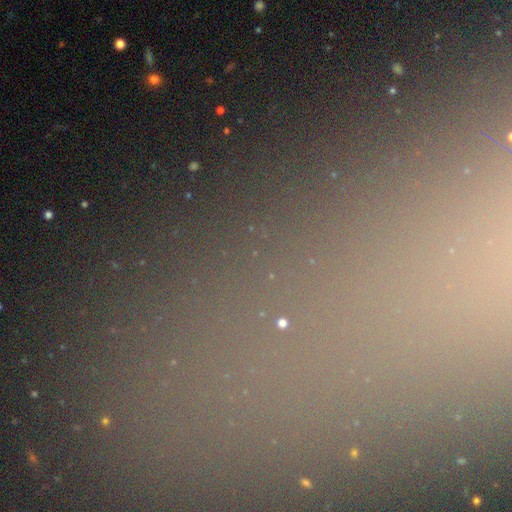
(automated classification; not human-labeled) smooth-or-featured: star or artifact: 74% | smooth: 15% | featured or disk: 11%